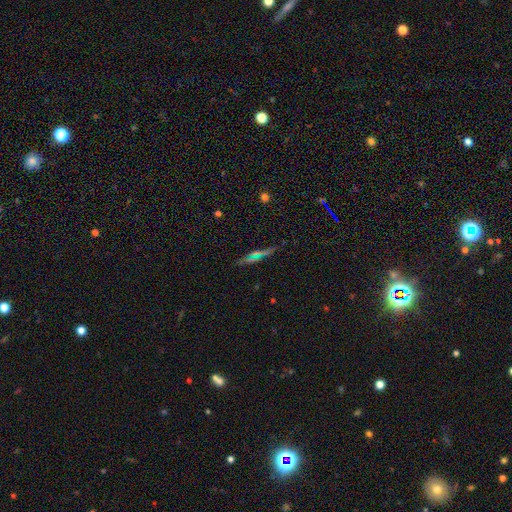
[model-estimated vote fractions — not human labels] Q: Smooth or featured?
A: smooth (40%); runner-up: featured or disk (34%)
Q: Merging?
A: none (84%); runner-up: minor disturbance (10%)